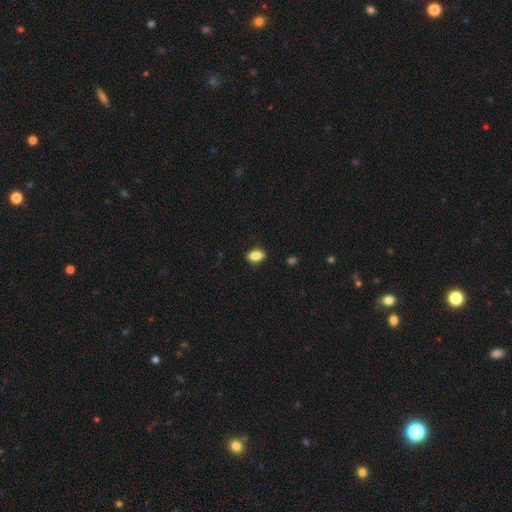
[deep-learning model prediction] A smooth galaxy with no disk features (87%) that is in between round and cigar-shaped (88%).

Vote fractions:
- Smooth or featured? smooth: 87% / star or artifact: 8% / featured or disk: 5%
- How rounded? in between: 88% / round: 9% / cigar-shaped: 3%
- Merging? none: 86% / minor disturbance: 11% / major disturbance: 2% / merger: 1%